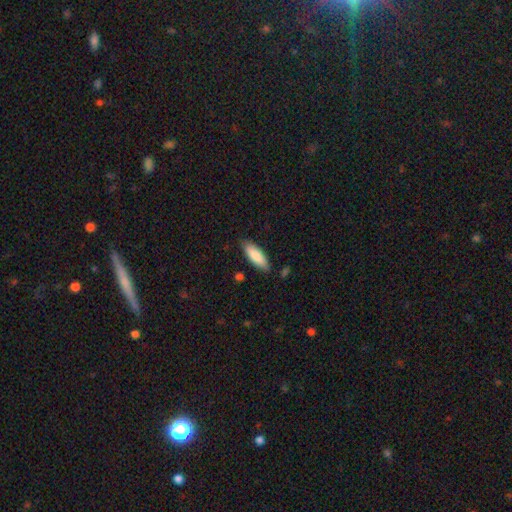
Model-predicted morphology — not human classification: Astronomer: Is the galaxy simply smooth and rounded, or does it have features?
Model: smooth — 86%.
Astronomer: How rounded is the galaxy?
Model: in between — 61% (runner-up: cigar-shaped, 38%).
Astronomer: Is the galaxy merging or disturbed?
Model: none — 83%.